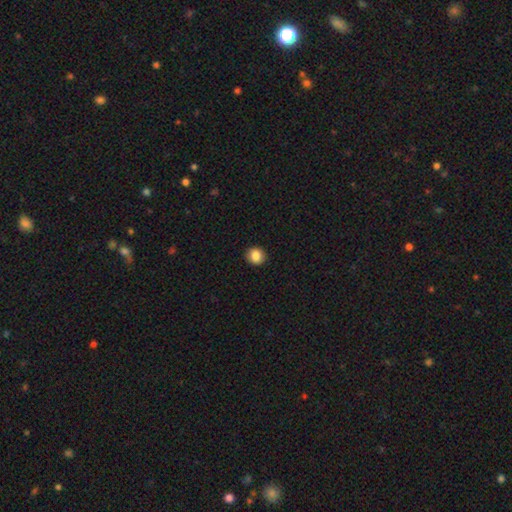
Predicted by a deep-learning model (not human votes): smooth 85%, star or artifact 9%, featured or disk 6%. Down the decision tree: how rounded — round (85%); merging — none (91%).